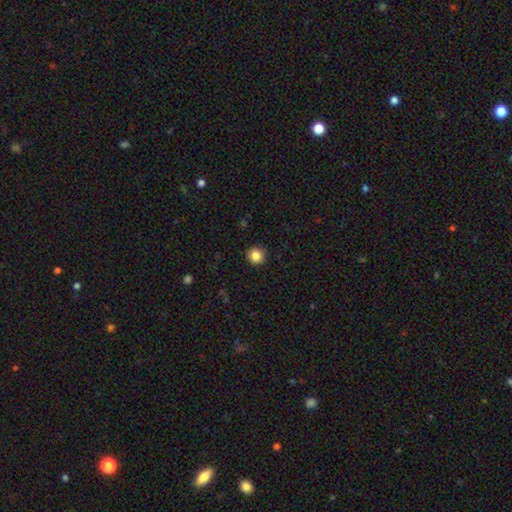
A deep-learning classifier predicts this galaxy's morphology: smooth-or-featured: smooth: 86% | star or artifact: 10% | featured or disk: 4%
  how-rounded: round: 93% | in between: 6% | cigar-shaped: 1%
  merging: none: 92% | minor disturbance: 5% | major disturbance: 2% | merger: 1%